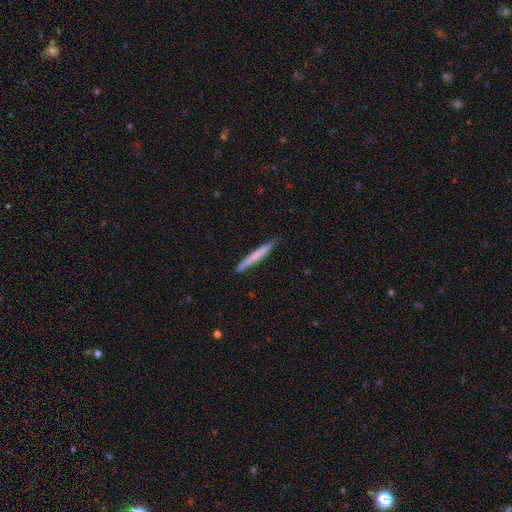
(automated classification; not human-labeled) This appears to be a smooth galaxy with no disk features (66%) that is cigar-shaped (97%). Merging: none (87%).